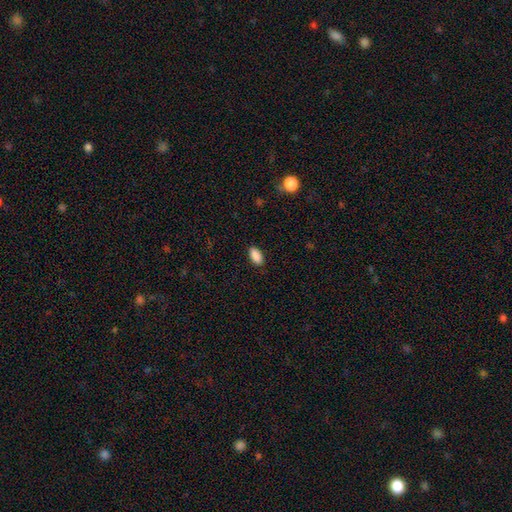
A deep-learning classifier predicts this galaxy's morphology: Smooth or featured?
  - smooth: 89% *
  - star or artifact: 7%
  - featured or disk: 3%
How rounded?
  - in between: 92% *
  - cigar-shaped: 6%
  - round: 3%
Merging?
  - none: 88% *
  - minor disturbance: 9%
  - major disturbance: 2%
  - merger: 1%